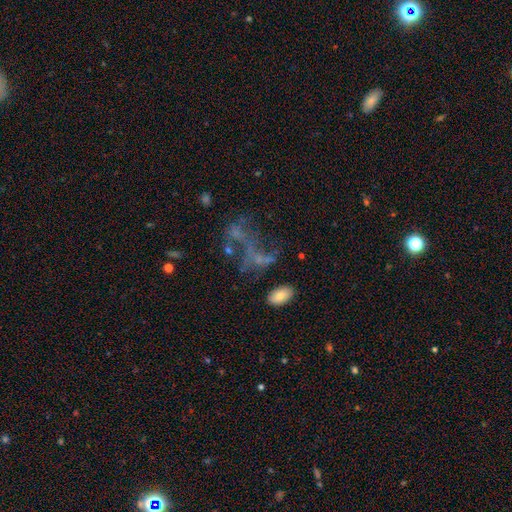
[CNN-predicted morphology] Q: Smooth or featured?
A: featured or disk (42%); runner-up: smooth (30%)
Q: Merging?
A: none (35%); runner-up: major disturbance (33%)